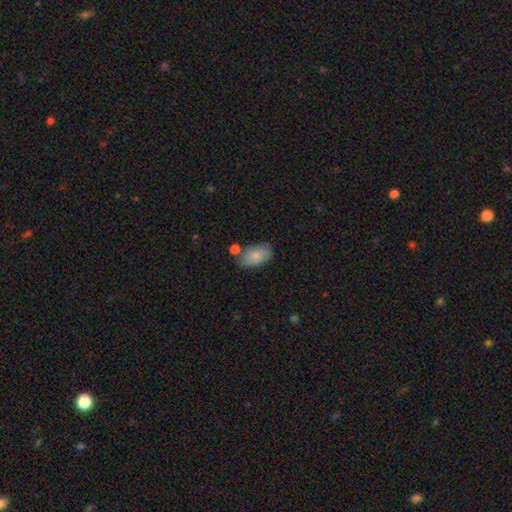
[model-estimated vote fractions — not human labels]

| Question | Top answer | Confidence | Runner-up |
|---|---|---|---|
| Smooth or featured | smooth | 81% | featured or disk (13%) |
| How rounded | in between | 93% | round (5%) |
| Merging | none | 65% | minor disturbance (20%) |